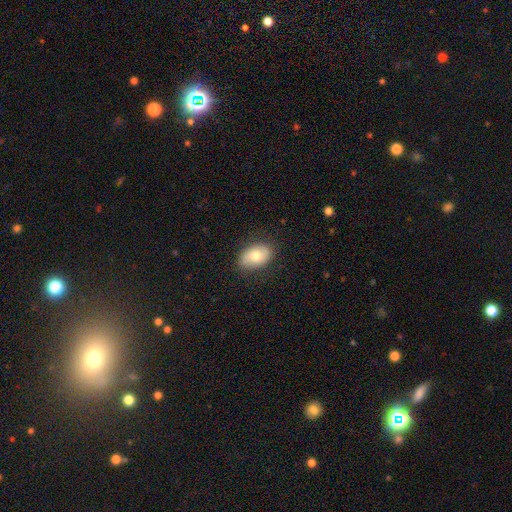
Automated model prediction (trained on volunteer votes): Overall: smooth (70%). How rounded: in between (86%). Merging: none (83%).